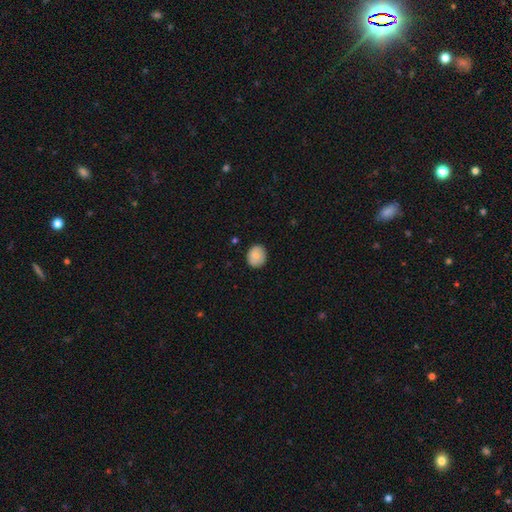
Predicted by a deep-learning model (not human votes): Morphology: type=smooth (81%); roundness=round (68%); merging=none (84%).